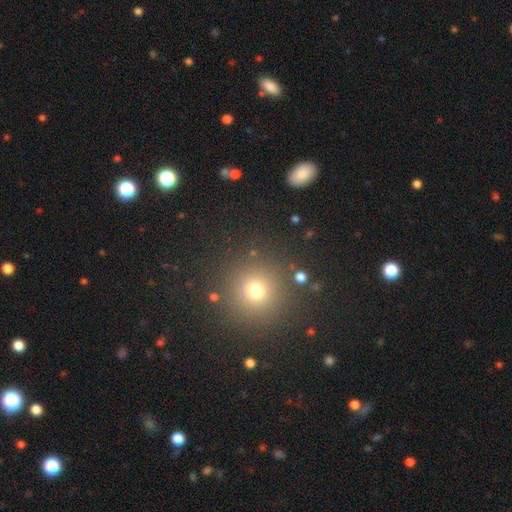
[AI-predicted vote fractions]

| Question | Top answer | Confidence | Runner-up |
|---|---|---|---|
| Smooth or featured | smooth | 54% | star or artifact (39%) |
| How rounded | round | 95% | in between (4%) |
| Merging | none | 90% | minor disturbance (5%) |